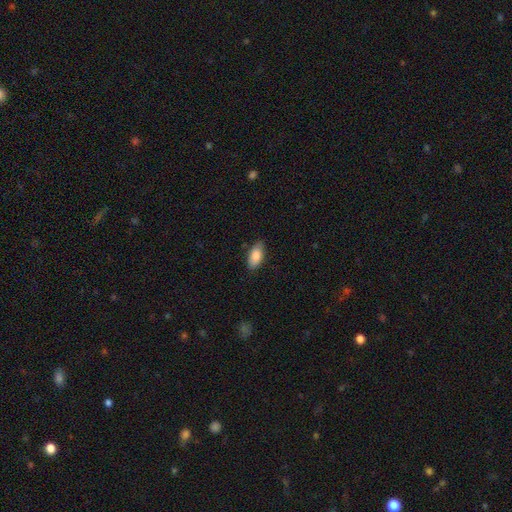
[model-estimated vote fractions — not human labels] smooth_or_featured: smooth (p=0.85) [alt: featured or disk p=0.09]
how_rounded: in between (p=0.91) [alt: cigar-shaped p=0.06]
merging: none (p=0.82) [alt: minor disturbance p=0.14]